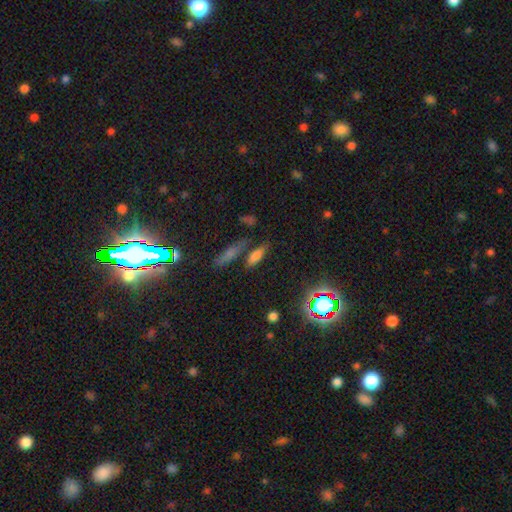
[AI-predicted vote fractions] This appears to be a smooth galaxy with no disk features (71%) that is in between round and cigar-shaped (53%). Merging: none (69%).